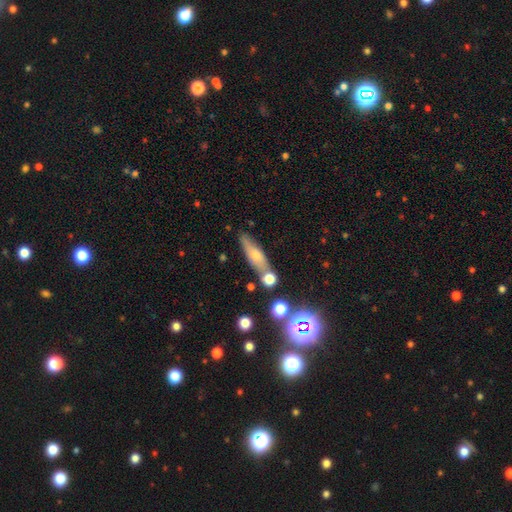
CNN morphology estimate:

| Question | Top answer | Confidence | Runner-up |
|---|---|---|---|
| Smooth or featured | smooth | 56% | featured or disk (35%) |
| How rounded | cigar-shaped | 60% | in between (36%) |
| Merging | none | 67% | minor disturbance (15%) |